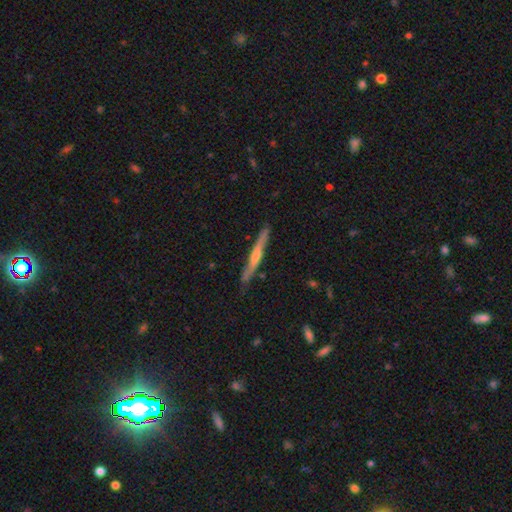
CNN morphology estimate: featured or disk 72%, smooth 20%, star or artifact 8%. Down the decision tree: edge-on disk — yes (97%); edge-on bulge — rounded (77%); merging — none (89%).